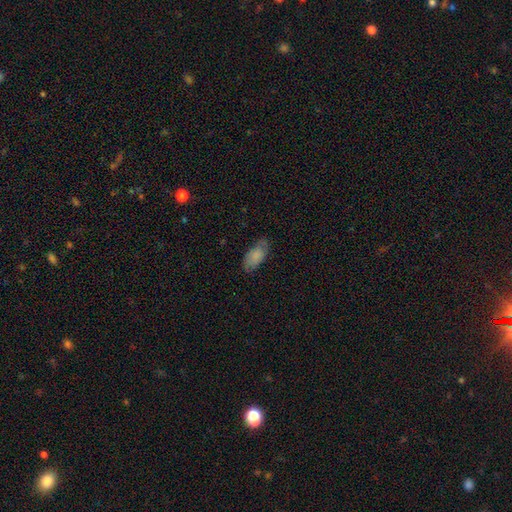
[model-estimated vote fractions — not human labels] Morphology: type=smooth (78%); roundness=in between (92%); merging=none (71%).